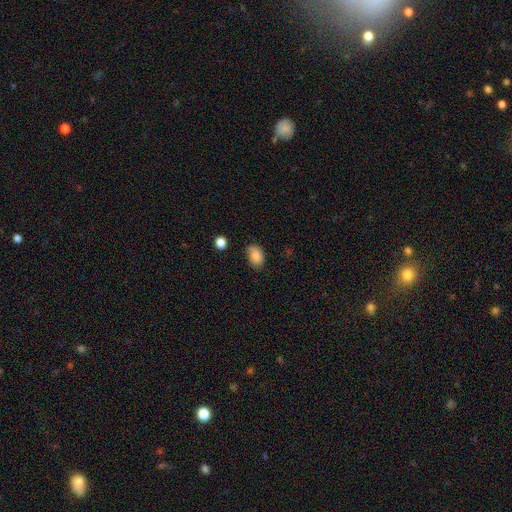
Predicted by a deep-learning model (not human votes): smooth_or_featured: smooth (p=0.86) [alt: star or artifact p=0.09]
how_rounded: in between (p=0.84) [alt: round p=0.15]
merging: none (p=0.71) [alt: minor disturbance p=0.23]